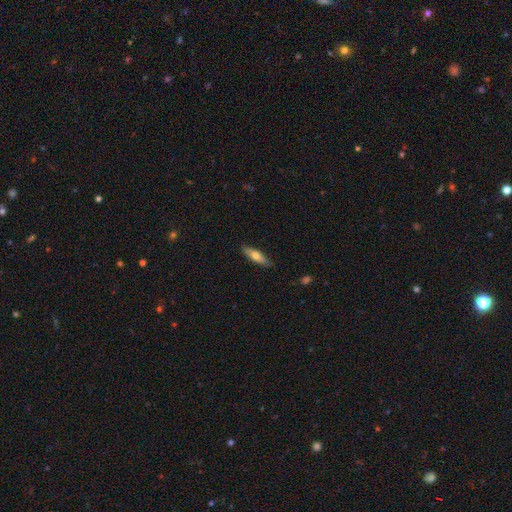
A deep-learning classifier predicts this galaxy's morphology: smooth-or-featured: smooth: 61% | featured or disk: 33% | star or artifact: 6%
  how-rounded: cigar-shaped: 62% | in between: 36% | round: 2%
  merging: none: 85% | minor disturbance: 12% | major disturbance: 2% | merger: 1%